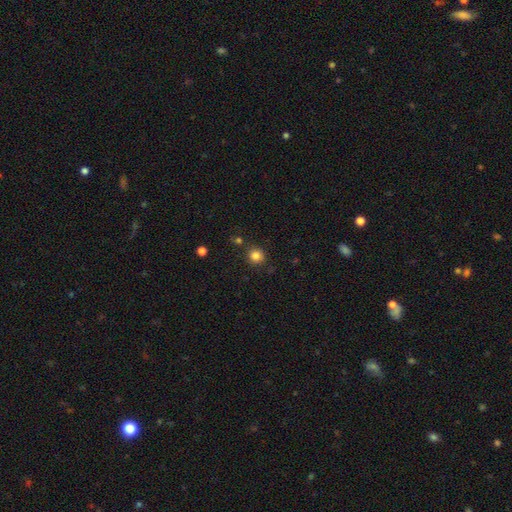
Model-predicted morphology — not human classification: Overall: smooth (82%). How rounded: round (90%). Merging: none (82%).